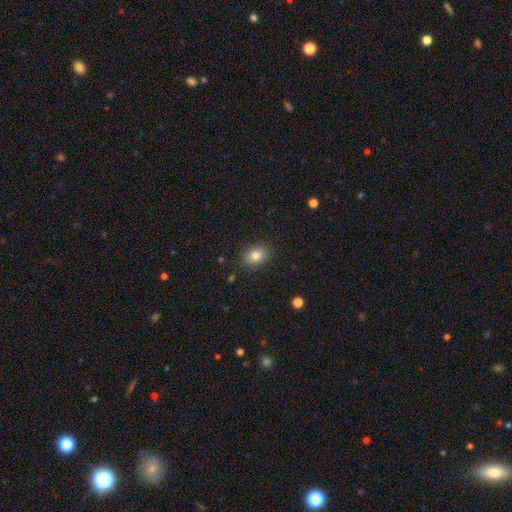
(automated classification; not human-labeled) smooth 81%, star or artifact 10%, featured or disk 8%. Down the decision tree: how rounded — in between (70%); merging — none (87%).